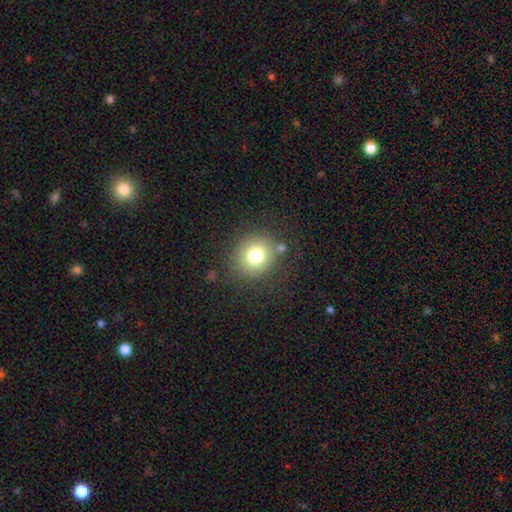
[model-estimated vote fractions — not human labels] smooth-or-featured: smooth: 75% | star or artifact: 14% | featured or disk: 11%
  how-rounded: round: 91% | in between: 8% | cigar-shaped: 1%
  merging: none: 82% | minor disturbance: 9% | major disturbance: 4% | merger: 4%